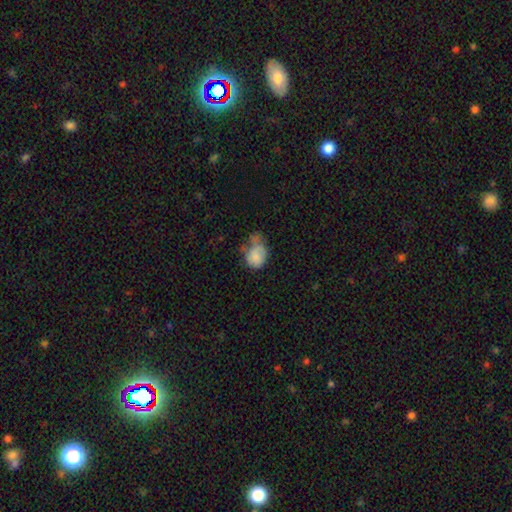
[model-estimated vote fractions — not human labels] This is likely a smooth galaxy (79%). How rounded: possibly in between (59%). Merging: marginally minor disturbance (33%).